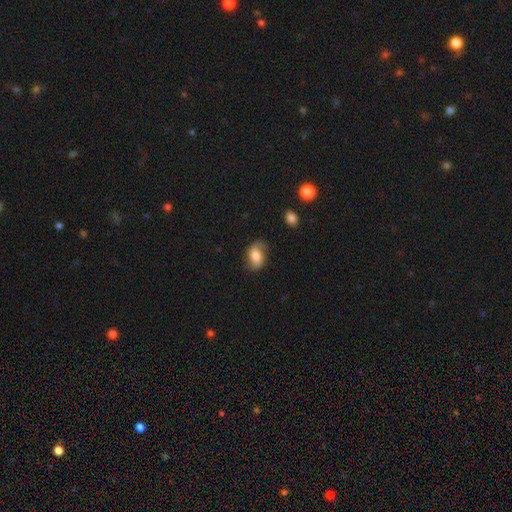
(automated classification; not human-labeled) Smooth or featured?
  - smooth: 48% *
  - featured or disk: 44%
  - star or artifact: 8%
Merging?
  - none: 67% *
  - minor disturbance: 23%
  - major disturbance: 8%
  - merger: 2%